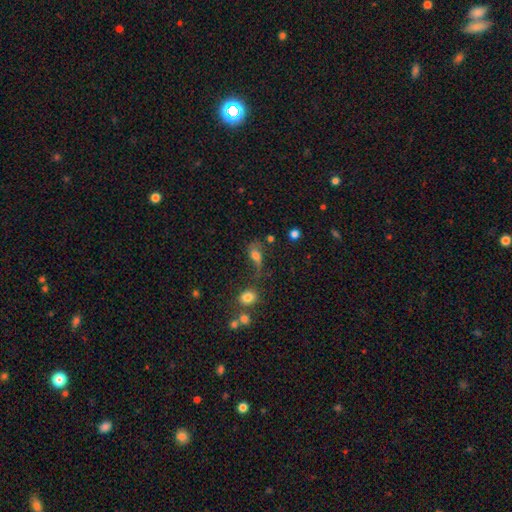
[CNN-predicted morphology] A smooth galaxy with no disk features (62%) that is in between round and cigar-shaped (76%).

Vote fractions:
- Smooth or featured? smooth: 62% / featured or disk: 24% / star or artifact: 14%
- How rounded? in between: 76% / round: 18% / cigar-shaped: 7%
- Merging? none: 39% / minor disturbance: 25% / major disturbance: 25% / merger: 11%